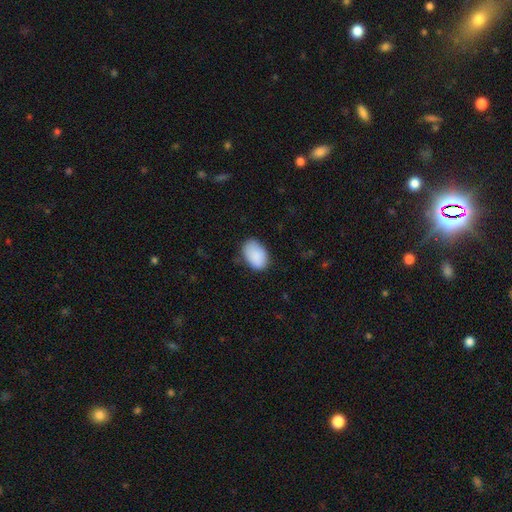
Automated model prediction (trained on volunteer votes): Overall: smooth (89%). How rounded: in between (89%). Merging: none (74%).